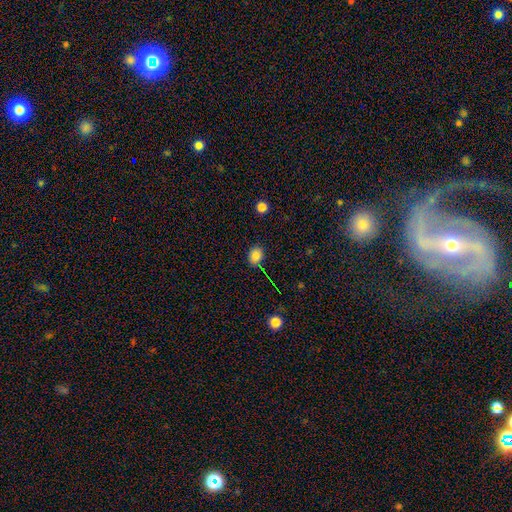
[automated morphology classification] Smooth or featured: smooth — 82% (star or artifact — 12%)
How rounded: round — 49% (tied with in between — 49%)
Merging: none — 79% (minor disturbance — 15%)